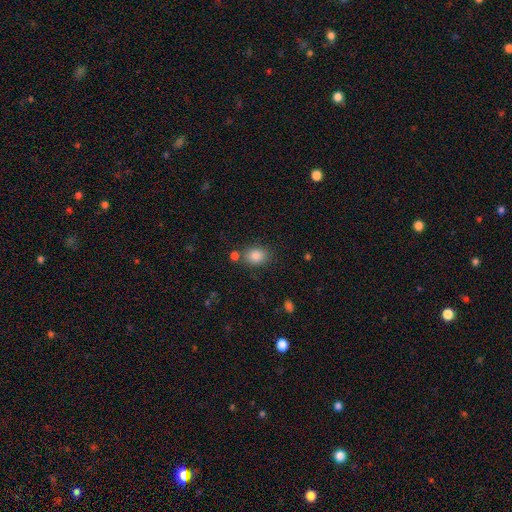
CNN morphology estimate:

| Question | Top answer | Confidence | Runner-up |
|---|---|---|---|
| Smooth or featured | smooth | 86% | star or artifact (9%) |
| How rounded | in between | 66% | round (33%) |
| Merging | none | 74% | minor disturbance (13%) |